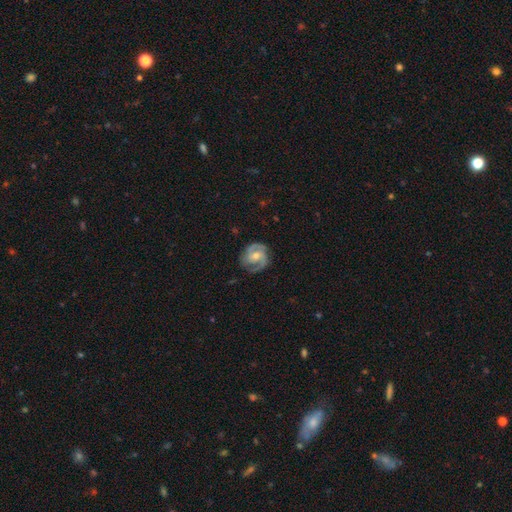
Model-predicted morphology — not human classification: smooth_or_featured: featured or disk (p=0.84) [alt: smooth p=0.10]
disk_edge_on: no (p=0.98) [alt: yes p=0.02]
bar: no (p=0.49) [alt: weak p=0.38]
has_spiral_arms: yes (p=0.96) [alt: no p=0.04]
spiral_winding: tight (p=0.48) [alt: medium p=0.42]
spiral_arm_count: 2 (p=0.72) [alt: 3 p=0.13]
bulge_size: moderate (p=0.55) [alt: small p=0.41]
merging: none (p=0.75) [alt: minor disturbance p=0.17]